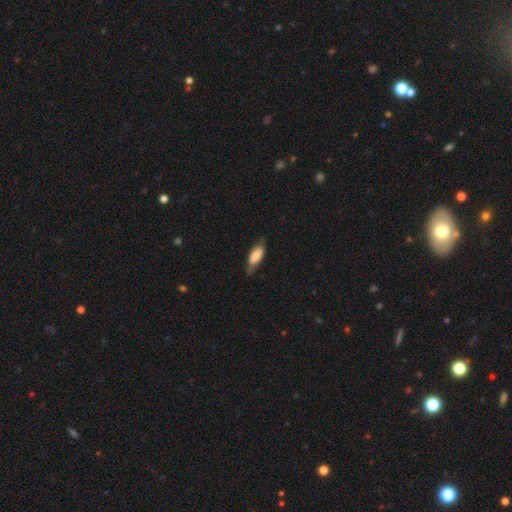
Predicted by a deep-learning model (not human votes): A smooth galaxy with no disk features (74%) that is in between round and cigar-shaped (74%). Merging: none (65%).